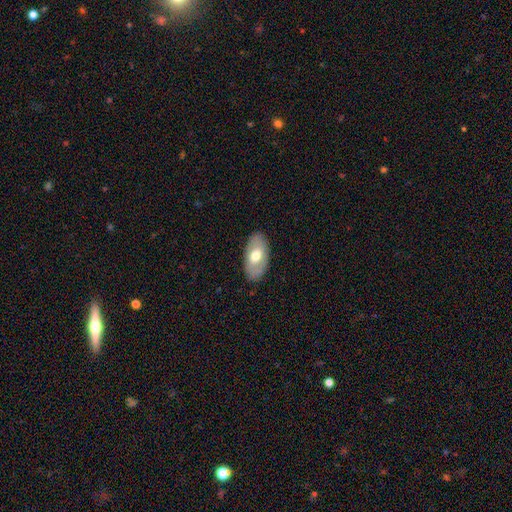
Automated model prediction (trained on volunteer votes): The model was most divided on "smooth or featured": smooth: 60%, featured or disk: 34%, star or artifact: 6%. More confident: how rounded — in between (94%); merging — none (84%).